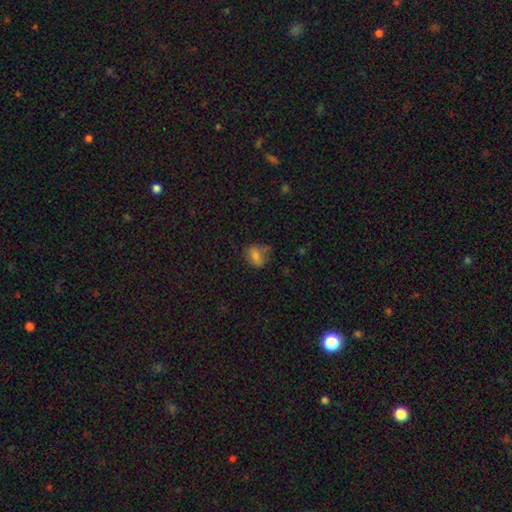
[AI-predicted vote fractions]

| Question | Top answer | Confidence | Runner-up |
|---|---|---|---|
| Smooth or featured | smooth | 71% | featured or disk (15%) |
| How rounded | in between | 52% | round (46%) |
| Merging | none | 65% | minor disturbance (23%) |